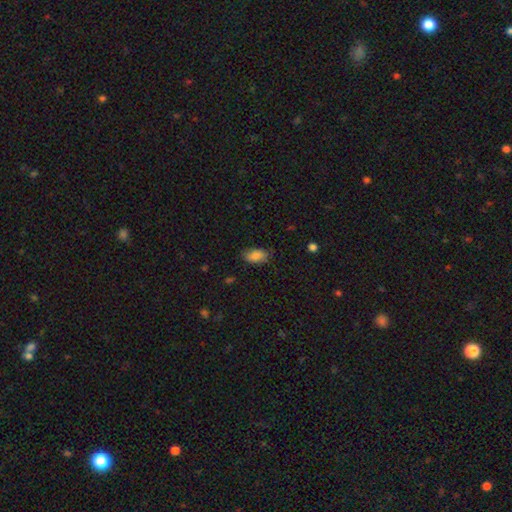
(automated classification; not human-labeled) Smooth or featured? Predicted: smooth (p=0.85). How rounded? Predicted: in between (p=0.92). Merging? Predicted: none (p=0.78).